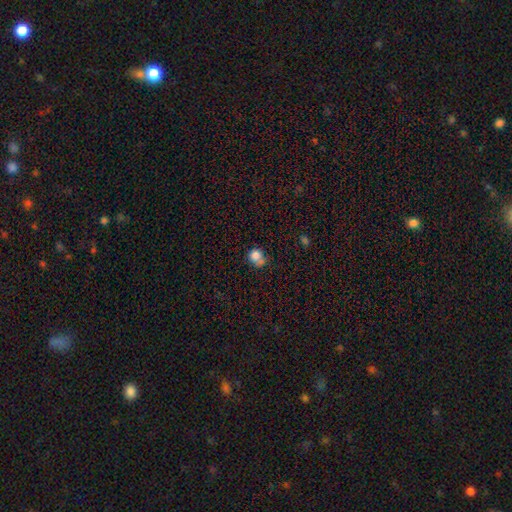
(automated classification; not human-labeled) Smooth or featured? Predicted: smooth (p=0.79). How rounded? Predicted: round (p=0.75). Merging? Predicted: none (p=0.44).